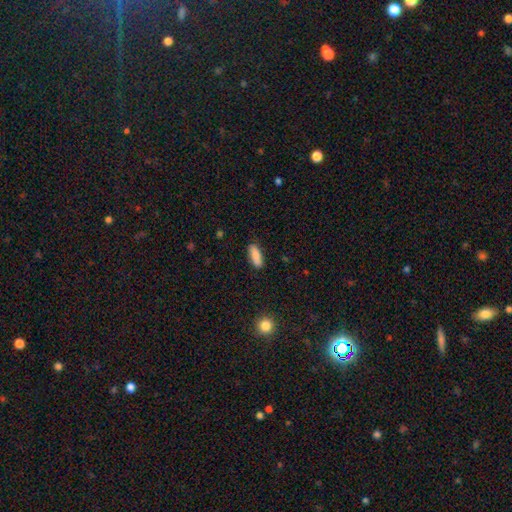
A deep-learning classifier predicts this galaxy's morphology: This appears to be a smooth galaxy with no disk features (87%) that is in between round and cigar-shaped (63%). Merging: none (87%).